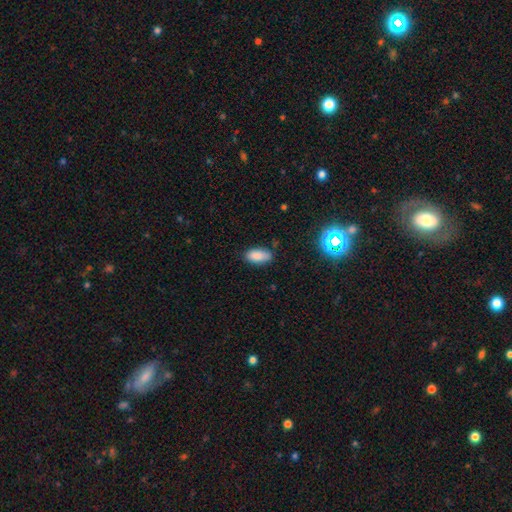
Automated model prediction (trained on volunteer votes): Smooth or featured: smooth — 86% (star or artifact — 9%)
How rounded: in between — 91% (cigar-shaped — 6%)
Merging: none — 79% (minor disturbance — 16%)